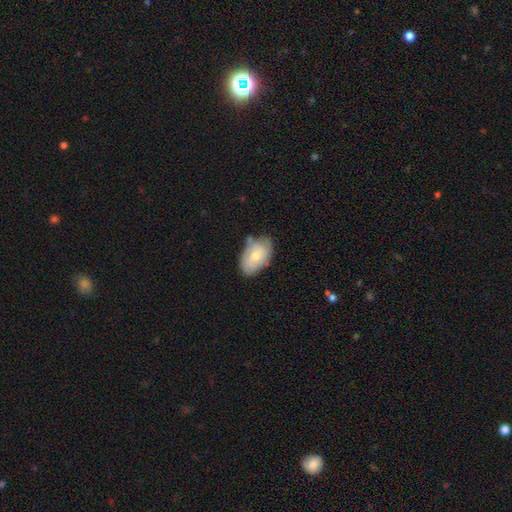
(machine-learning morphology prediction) smooth-or-featured: smooth: 63% | featured or disk: 31% | star or artifact: 6%
  how-rounded: in between: 91% | round: 7% | cigar-shaped: 1%
  merging: none: 63% | minor disturbance: 26% | major disturbance: 6% | merger: 5%